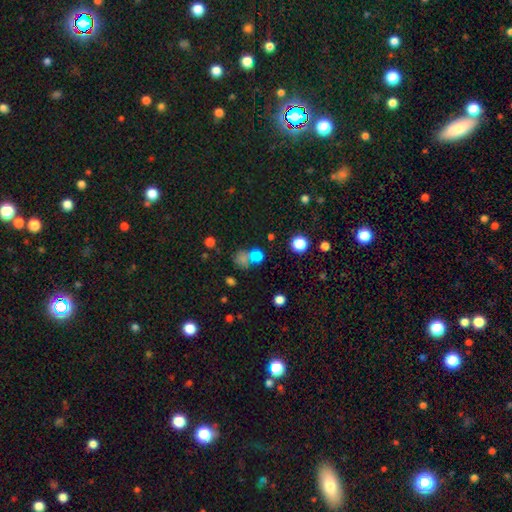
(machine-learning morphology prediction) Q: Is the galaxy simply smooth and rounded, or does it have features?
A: smooth — 70%.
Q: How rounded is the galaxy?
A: round — 76%.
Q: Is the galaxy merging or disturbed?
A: none — 49%.